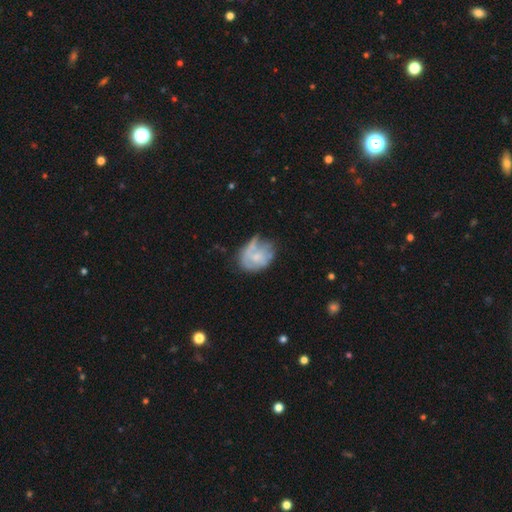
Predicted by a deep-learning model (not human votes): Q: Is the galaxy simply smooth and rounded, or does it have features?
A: featured or disk — 52%.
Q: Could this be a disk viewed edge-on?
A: no — 98%.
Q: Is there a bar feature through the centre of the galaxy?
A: no — 78%.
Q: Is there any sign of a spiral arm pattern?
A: no — 57%.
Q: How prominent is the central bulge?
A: small — 45%.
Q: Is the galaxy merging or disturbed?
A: none — 37%.